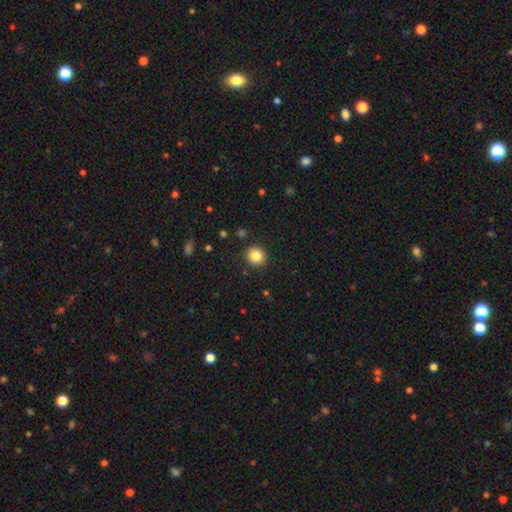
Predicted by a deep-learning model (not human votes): Q: Smooth or featured?
A: smooth (84%); runner-up: star or artifact (11%)
Q: How rounded?
A: round (90%); runner-up: in between (9%)
Q: Merging?
A: none (91%); runner-up: minor disturbance (6%)